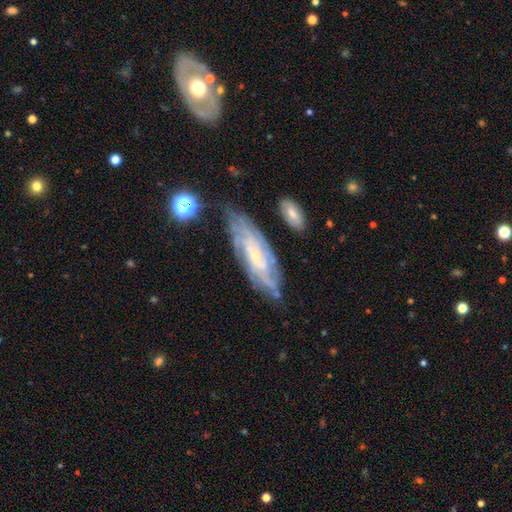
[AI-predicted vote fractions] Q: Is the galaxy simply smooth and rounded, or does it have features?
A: featured or disk — 79%.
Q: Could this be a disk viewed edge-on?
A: no — 84%.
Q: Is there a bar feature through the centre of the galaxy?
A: no — 58%.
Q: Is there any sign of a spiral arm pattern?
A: yes — 92%.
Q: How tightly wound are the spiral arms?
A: tight — 65%.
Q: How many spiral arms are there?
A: can't tell — 48%.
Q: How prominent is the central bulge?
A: small — 76%.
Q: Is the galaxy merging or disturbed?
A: none — 71%.